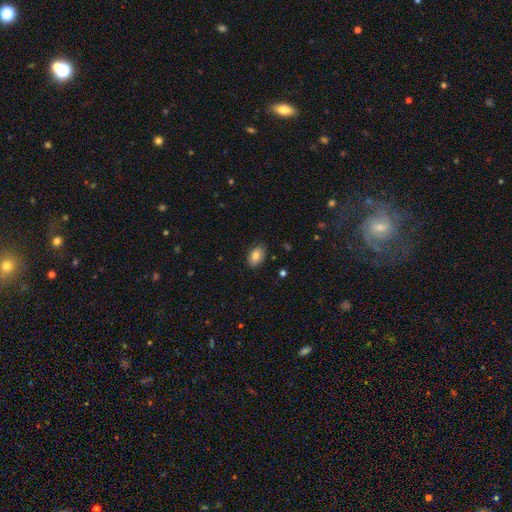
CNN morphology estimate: Overall: smooth (82%). How rounded: in between (84%). Merging: none (82%).